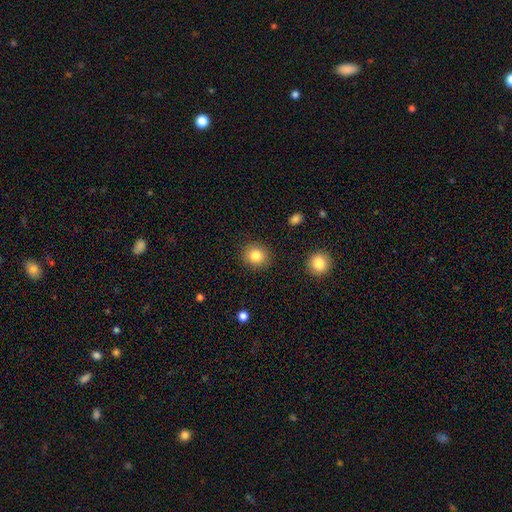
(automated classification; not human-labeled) A smooth galaxy with no disk features (83%) that is round (81%).

Vote fractions:
- Smooth or featured? smooth: 83% / star or artifact: 10% / featured or disk: 7%
- How rounded? round: 81% / in between: 18% / cigar-shaped: 1%
- Merging? none: 89% / minor disturbance: 7% / major disturbance: 2% / merger: 1%